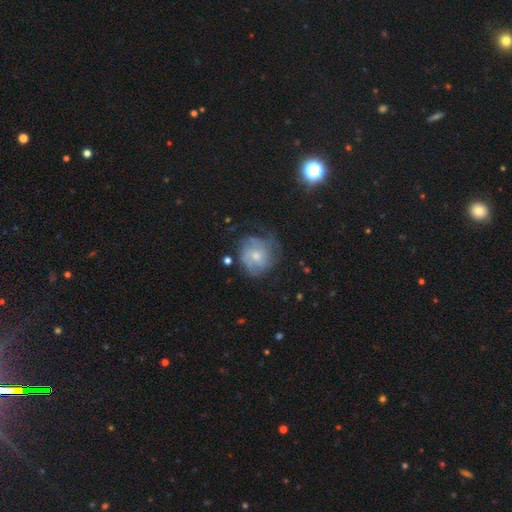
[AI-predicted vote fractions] smooth_or_featured: featured or disk (p=0.56) [alt: smooth p=0.36]
disk_edge_on: no (p=0.98) [alt: yes p=0.02]
bar: no (p=0.77) [alt: weak p=0.21]
has_spiral_arms: yes (p=0.72) [alt: no p=0.28]
bulge_size: moderate (p=0.47) [alt: small p=0.46]
merging: none (p=0.53) [alt: minor disturbance p=0.26]